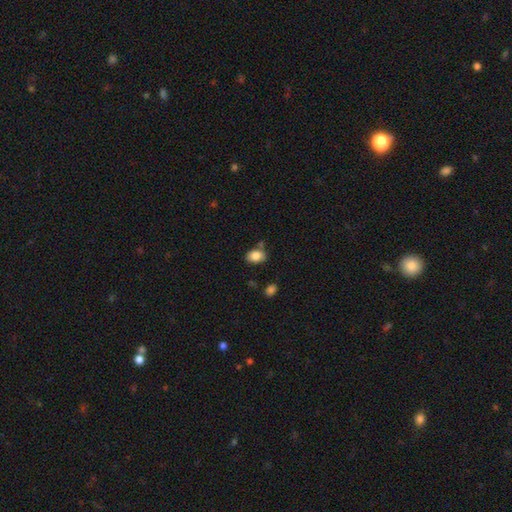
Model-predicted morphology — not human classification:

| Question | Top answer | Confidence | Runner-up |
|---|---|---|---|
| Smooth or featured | smooth | 84% | star or artifact (8%) |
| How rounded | in between | 75% | round (23%) |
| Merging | none | 68% | minor disturbance (18%) |